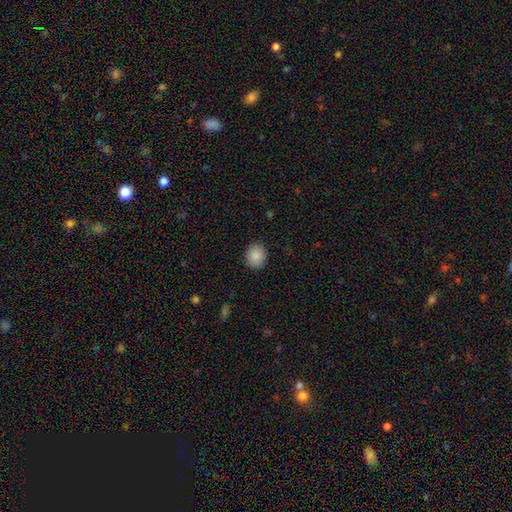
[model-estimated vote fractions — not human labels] This is clearly a smooth galaxy (89%). How rounded: likely round (63%). Merging: clearly none (89%).